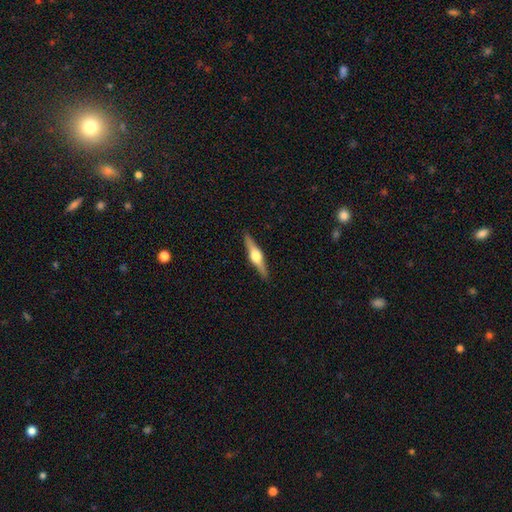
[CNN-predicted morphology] featured or disk 74%, smooth 20%, star or artifact 6%. Down the decision tree: edge-on disk — yes (98%); edge-on bulge — rounded (94%); merging — none (91%).